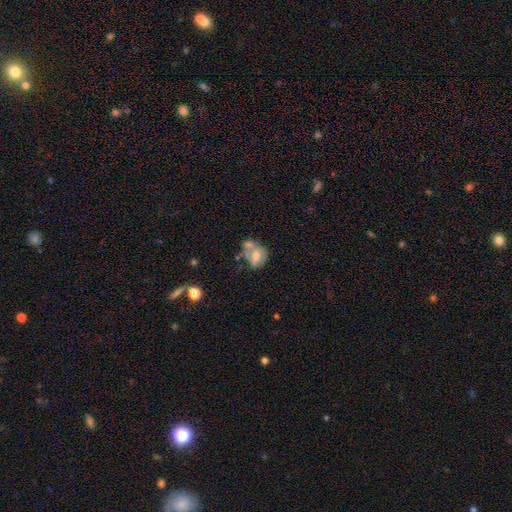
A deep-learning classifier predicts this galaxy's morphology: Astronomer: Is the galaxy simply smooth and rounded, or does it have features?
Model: smooth — 47% (runner-up: featured or disk, 45%).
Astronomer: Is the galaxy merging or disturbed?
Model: merger — 47% (runner-up: none, 24%).